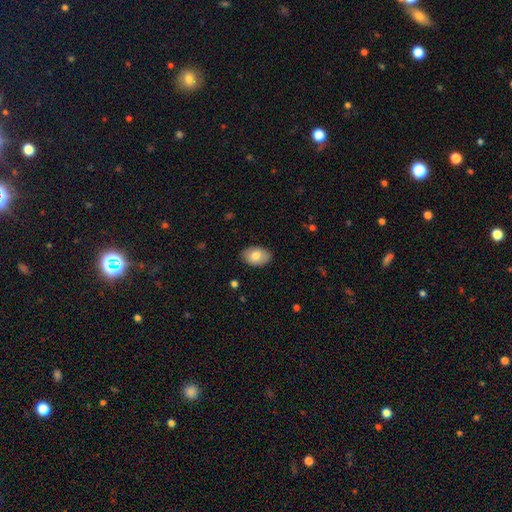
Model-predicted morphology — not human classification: Smooth or featured?
  - smooth: 77% *
  - featured or disk: 17%
  - star or artifact: 7%
How rounded?
  - in between: 86% *
  - round: 13%
  - cigar-shaped: 1%
Merging?
  - none: 85% *
  - minor disturbance: 12%
  - major disturbance: 2%
  - merger: 1%